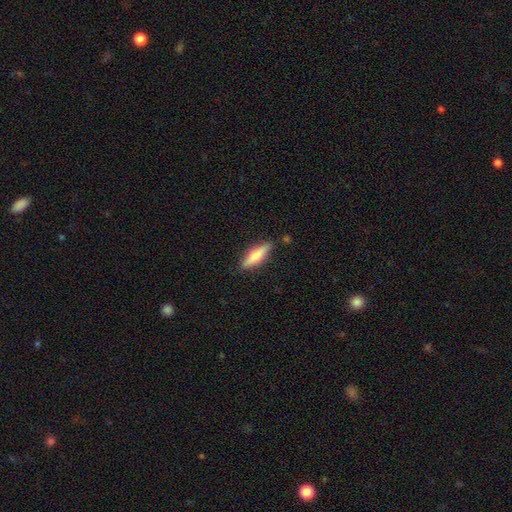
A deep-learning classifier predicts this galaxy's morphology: smooth_or_featured: smooth (p=0.60) [alt: featured or disk p=0.34]
how_rounded: cigar-shaped (p=0.56) [alt: in between p=0.42]
merging: none (p=0.84) [alt: minor disturbance p=0.11]